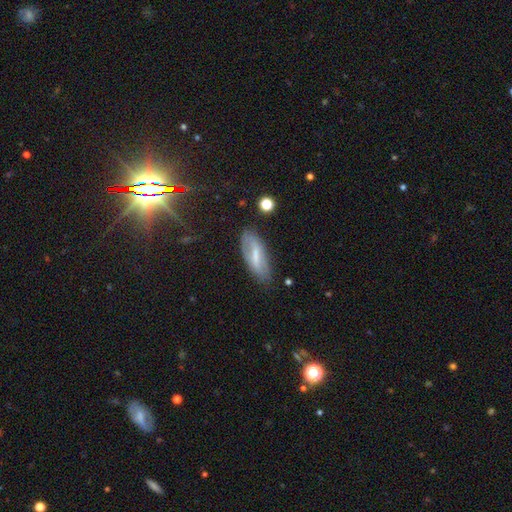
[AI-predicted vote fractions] The model was most divided on "smooth or featured": featured or disk: 46%, smooth: 45%, star or artifact: 9%. More confident: merging — none (73%).